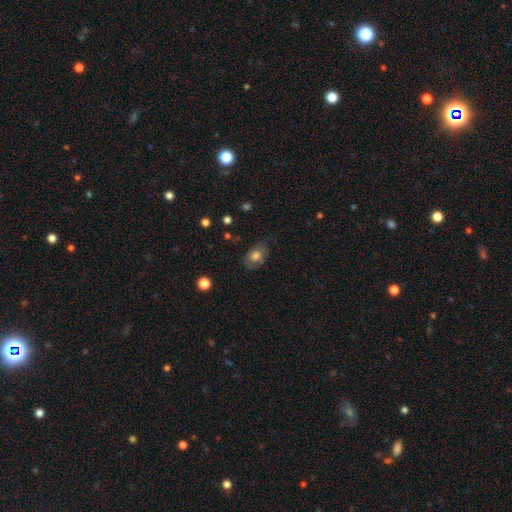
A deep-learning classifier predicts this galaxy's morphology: Smooth or featured?
  - smooth: 69% *
  - featured or disk: 22%
  - star or artifact: 10%
How rounded?
  - in between: 76% *
  - round: 23%
  - cigar-shaped: 1%
Merging?
  - none: 65% *
  - minor disturbance: 24%
  - major disturbance: 9%
  - merger: 2%